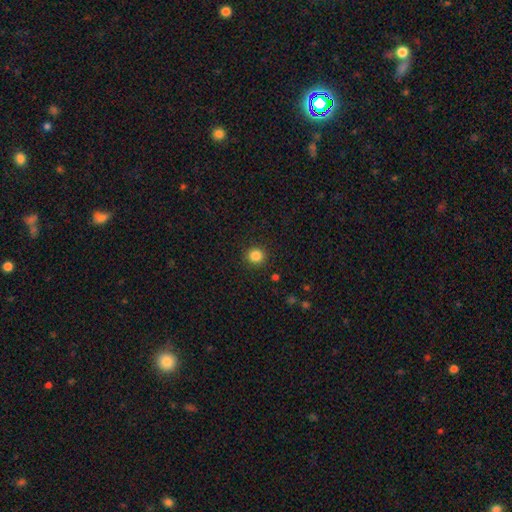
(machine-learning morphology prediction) smooth-or-featured: smooth: 85% | star or artifact: 12% | featured or disk: 4%
  how-rounded: round: 91% | in between: 8% | cigar-shaped: 1%
  merging: none: 91% | minor disturbance: 6% | major disturbance: 2% | merger: 1%